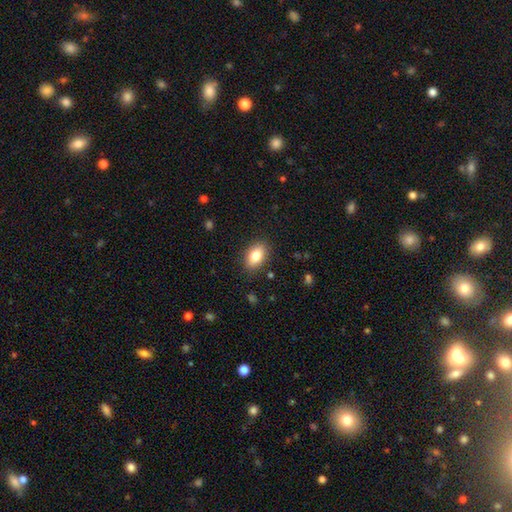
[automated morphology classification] A smooth galaxy with no disk features (82%) that is in between round and cigar-shaped (88%). Merging: none (87%).